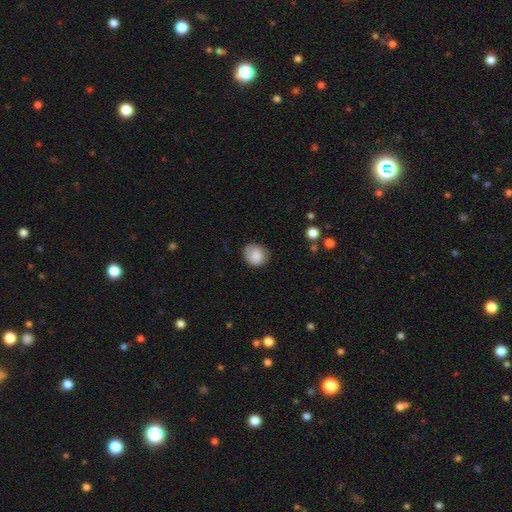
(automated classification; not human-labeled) Overall: smooth (82%). How rounded: round (76%). Merging: none (72%).